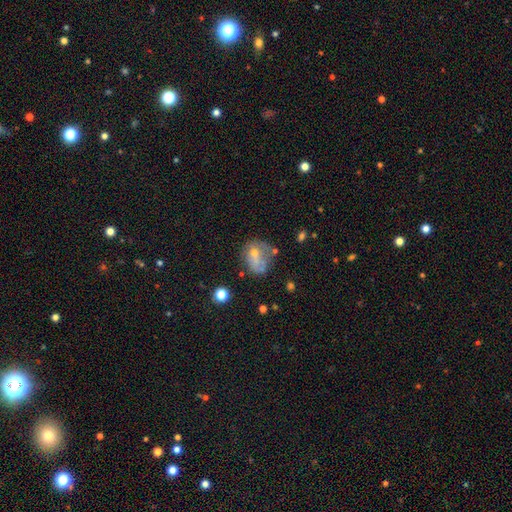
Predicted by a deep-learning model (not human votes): Q: Smooth or featured?
A: smooth (48%); runner-up: featured or disk (36%)
Q: Merging?
A: none (38%); runner-up: major disturbance (26%)